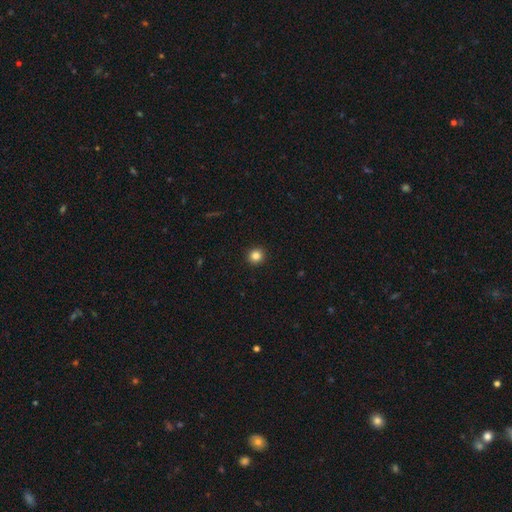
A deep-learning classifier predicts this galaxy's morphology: type=smooth (84%); roundness=round (94%); merging=none (93%).